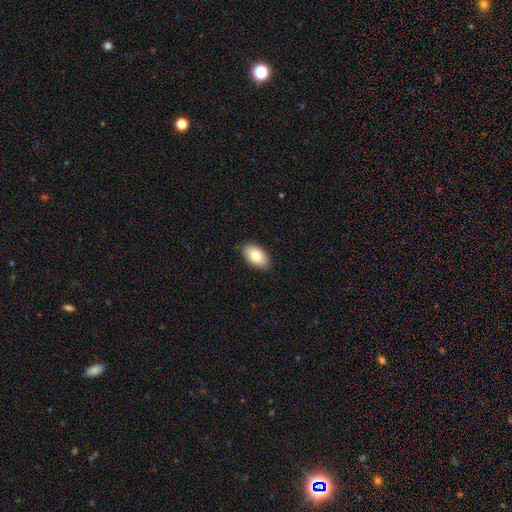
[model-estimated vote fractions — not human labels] Smooth or featured? smooth (79%)
How rounded? in between (93%)
Merging? none (88%)